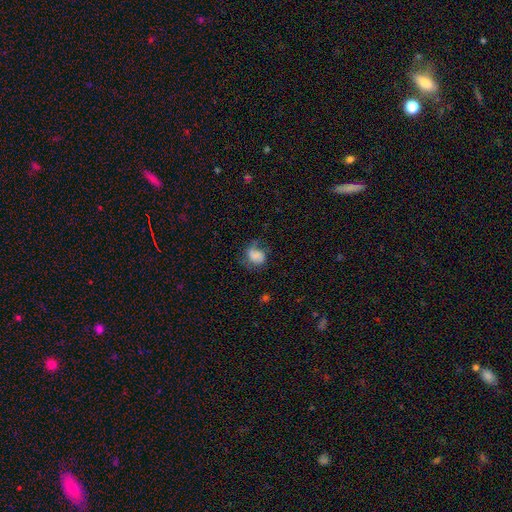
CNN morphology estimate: smooth 69%, featured or disk 21%, star or artifact 10%. Down the decision tree: how rounded — in between (53%); merging — none (38%).